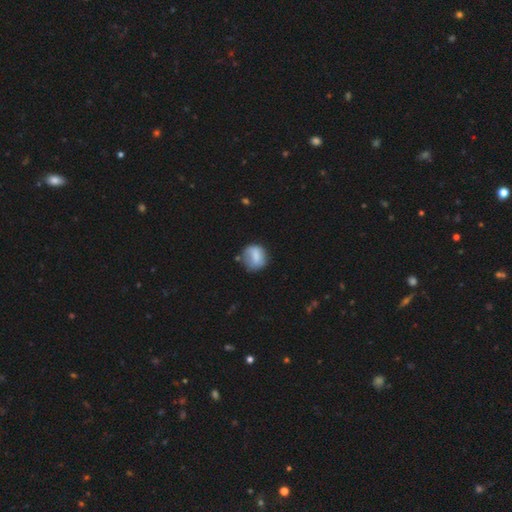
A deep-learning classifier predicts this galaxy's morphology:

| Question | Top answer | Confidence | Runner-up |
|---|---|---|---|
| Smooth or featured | smooth | 73% | featured or disk (19%) |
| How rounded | round | 78% | in between (21%) |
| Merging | none | 62% | minor disturbance (26%) |